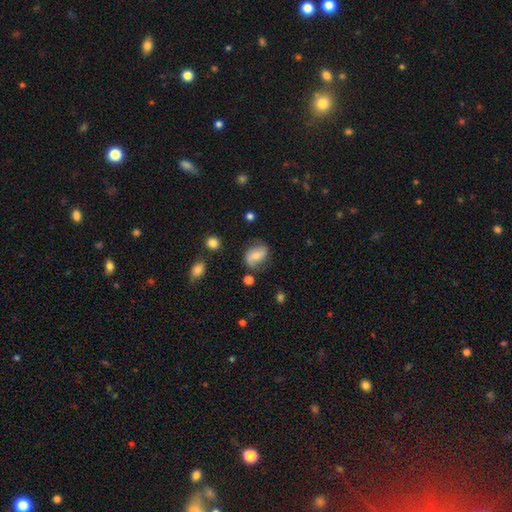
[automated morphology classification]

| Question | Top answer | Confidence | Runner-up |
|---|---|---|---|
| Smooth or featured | featured or disk | 51% | smooth (40%) |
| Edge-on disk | no | 96% | yes (4%) |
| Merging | none | 70% | minor disturbance (20%) |